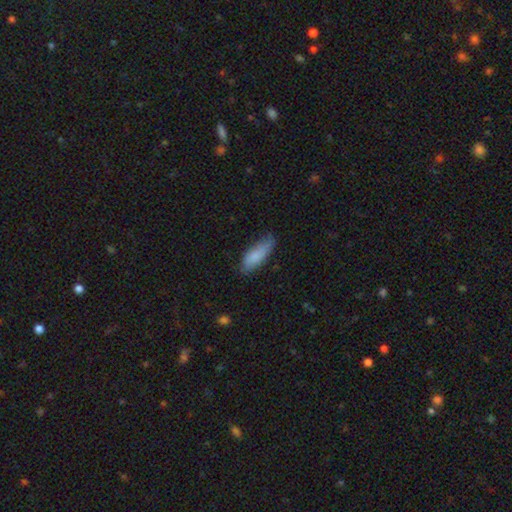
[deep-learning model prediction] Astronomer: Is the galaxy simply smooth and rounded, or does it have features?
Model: smooth — 83%.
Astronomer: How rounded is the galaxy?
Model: in between — 59% (runner-up: cigar-shaped, 39%).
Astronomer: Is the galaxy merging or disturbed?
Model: none — 64%.